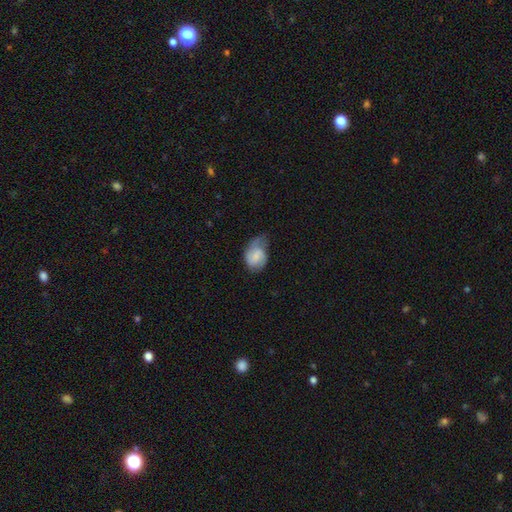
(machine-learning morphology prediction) This appears to be a smooth galaxy with no disk features (58%) that is in between round and cigar-shaped (69%). Merging: minor disturbance (42%).